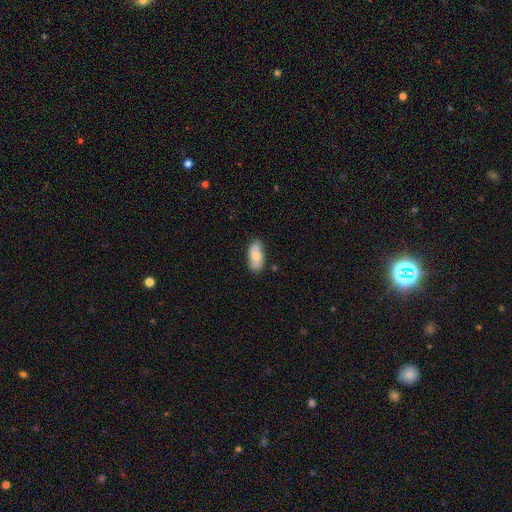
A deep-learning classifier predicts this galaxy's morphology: A smooth galaxy with no disk features (63%) that is in between round and cigar-shaped (90%). Merging: none (82%).